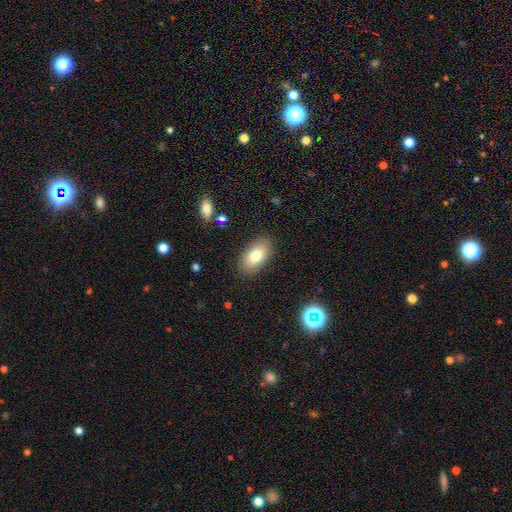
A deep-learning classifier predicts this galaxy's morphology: A smooth galaxy with no disk features (79%) that is in between round and cigar-shaped (94%). Merging: none (86%).